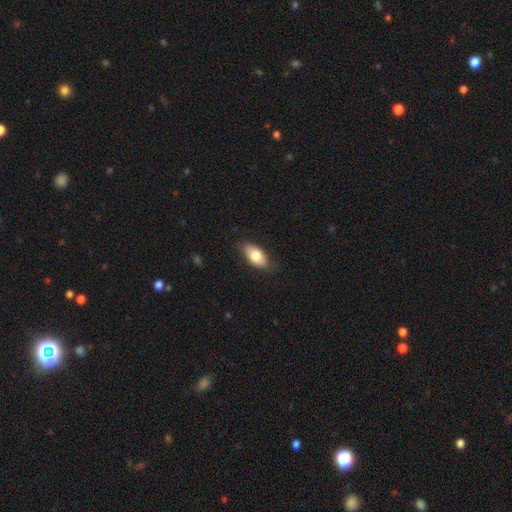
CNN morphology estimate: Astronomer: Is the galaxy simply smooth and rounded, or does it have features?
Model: smooth — 79%.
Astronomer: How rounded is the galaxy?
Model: in between — 91%.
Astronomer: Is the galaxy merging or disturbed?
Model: none — 80%.